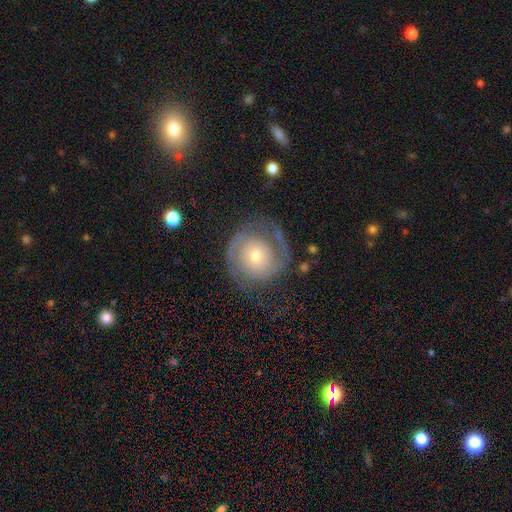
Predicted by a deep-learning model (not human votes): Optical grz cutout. It shows a featured or disk galaxy (80%) with no bar (74%), 2 (80%) tight (53%) spiral arms (93%) and a small central bulge (53%). Merging: none (70%).